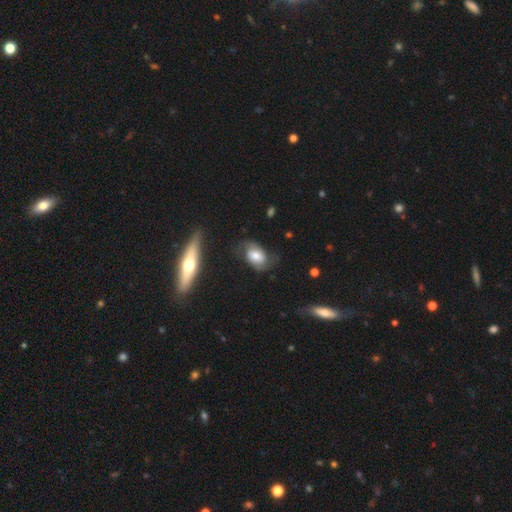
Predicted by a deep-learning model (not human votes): Q: Smooth or featured?
A: featured or disk (64%); runner-up: smooth (29%)
Q: Edge-on disk?
A: no (95%); runner-up: yes (5%)
Q: Bar?
A: no (52%); runner-up: weak (35%)
Q: Spiral arms?
A: yes (90%); runner-up: no (10%)
Q: Spiral winding?
A: medium (45%); runner-up: loose (29%)
Q: Spiral arm count?
A: 2 (88%); runner-up: can't tell (7%)
Q: Bulge size?
A: moderate (51%); runner-up: large (23%)
Q: Merging?
A: none (66%); runner-up: minor disturbance (21%)